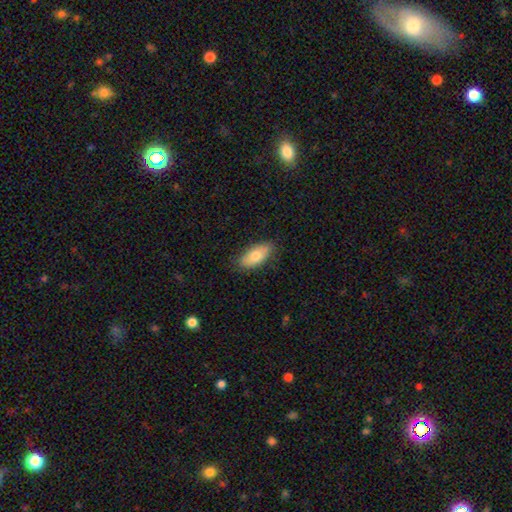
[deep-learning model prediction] Morphology: type=smooth (75%); roundness=in between (87%); merging=none (85%).